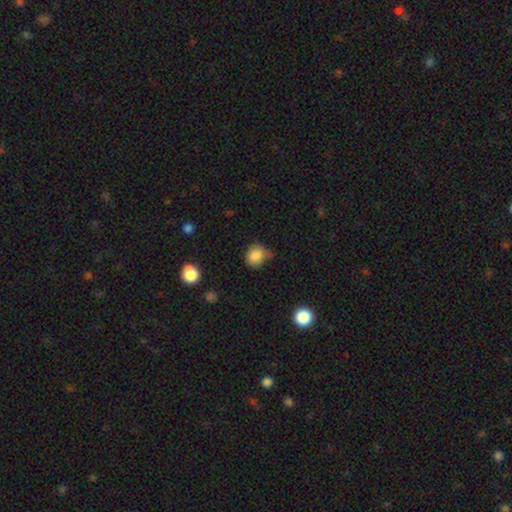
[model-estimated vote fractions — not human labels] Smooth or featured? Predicted: smooth (p=0.85). How rounded? Predicted: round (p=0.76). Merging? Predicted: none (p=0.57).